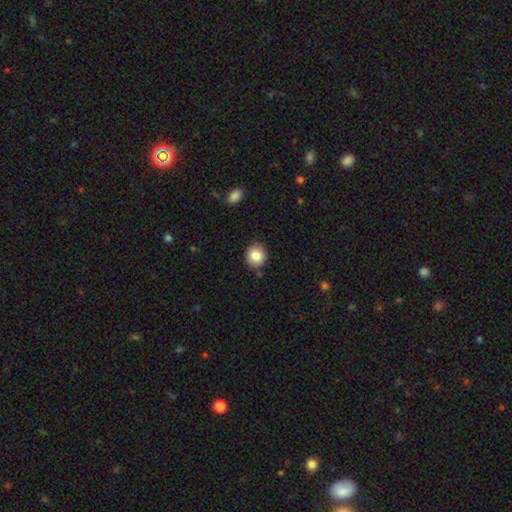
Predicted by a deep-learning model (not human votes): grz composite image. It shows a smooth galaxy with no disk features (86%) that is round (84%). Merging: none (85%).